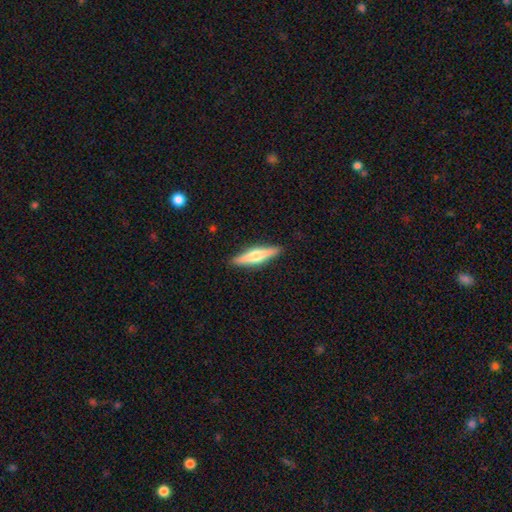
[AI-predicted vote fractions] smooth-or-featured: featured or disk: 56% | smooth: 39% | star or artifact: 5%
  disk-edge-on: yes: 96% | no: 4%
    edge-on-bulge: rounded: 89% | boxy: 5% | none: 5%
  merging: none: 90% | minor disturbance: 7% | major disturbance: 2% | merger: 1%